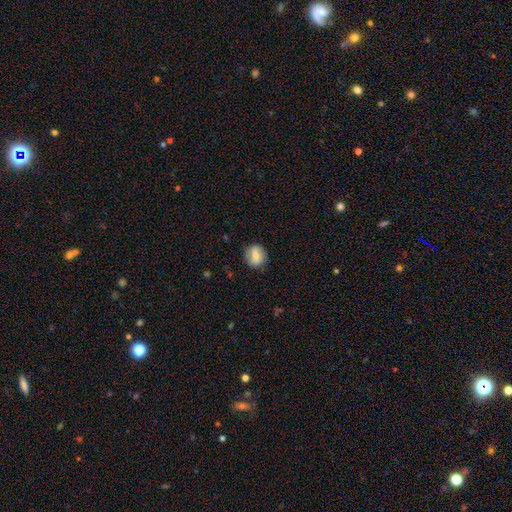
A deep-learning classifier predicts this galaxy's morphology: type=smooth (67%); roundness=round (77%); merging=none (81%).